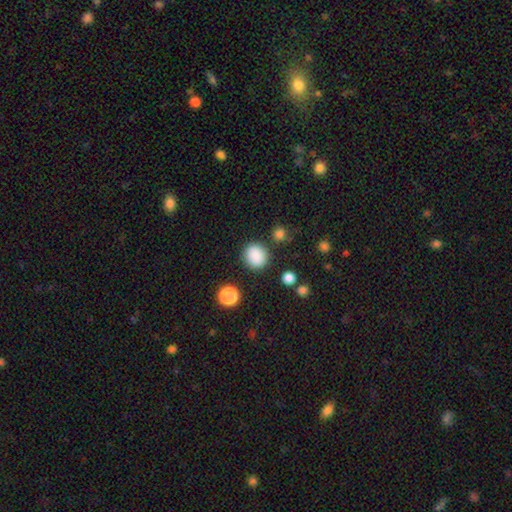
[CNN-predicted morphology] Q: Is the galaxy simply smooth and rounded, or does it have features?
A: smooth — 86%.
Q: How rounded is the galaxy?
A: round — 76%.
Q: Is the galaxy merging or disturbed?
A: none — 83%.